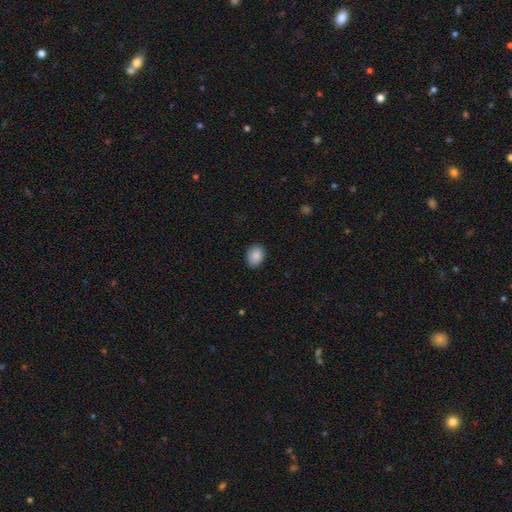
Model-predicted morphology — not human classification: This is clearly a smooth galaxy (89%). How rounded: likely in between (64%). Merging: clearly none (87%).